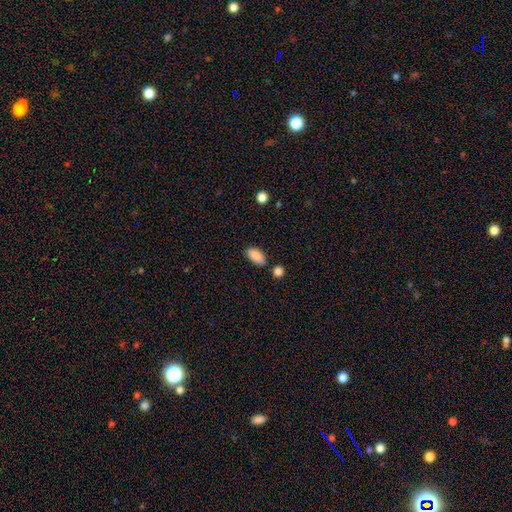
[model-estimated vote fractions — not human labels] Smooth or featured: smooth — 89% (star or artifact — 7%)
How rounded: in between — 93% (cigar-shaped — 4%)
Merging: none — 80% (minor disturbance — 12%)